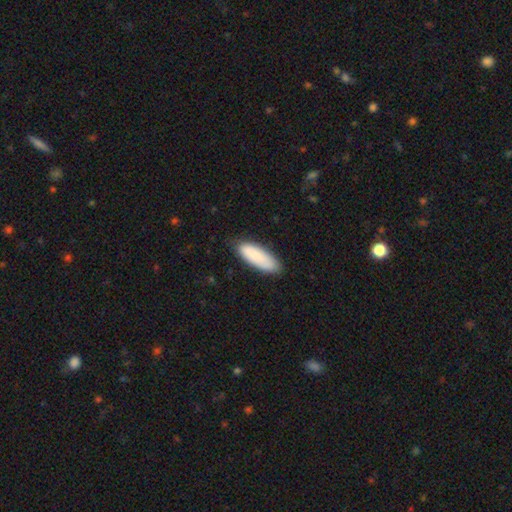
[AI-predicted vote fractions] Smooth or featured? Predicted: smooth (p=0.86). How rounded? Predicted: in between (p=0.65). Merging? Predicted: none (p=0.81).